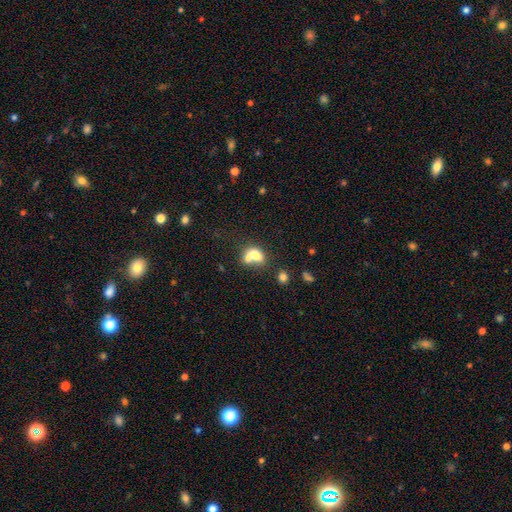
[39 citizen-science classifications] smooth 74%, featured or disk 18%, star or artifact 8%. Down the decision tree: how rounded — in between (86%); merging — merger (61%).